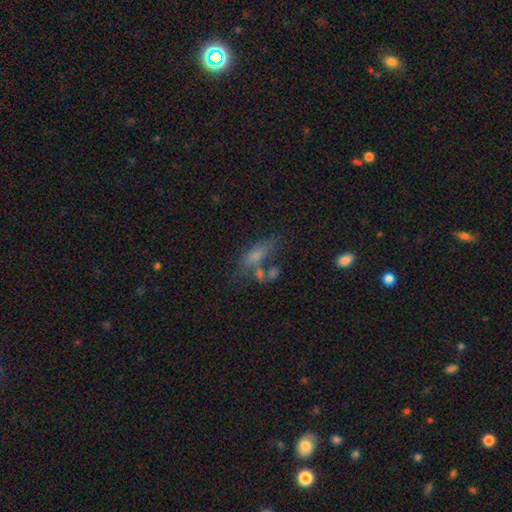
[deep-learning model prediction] The model was most divided on "how rounded": in between: 54%, cigar-shaped: 39%, round: 7%. Remaining: smooth or featured — smooth (51%); merging — none (45%).